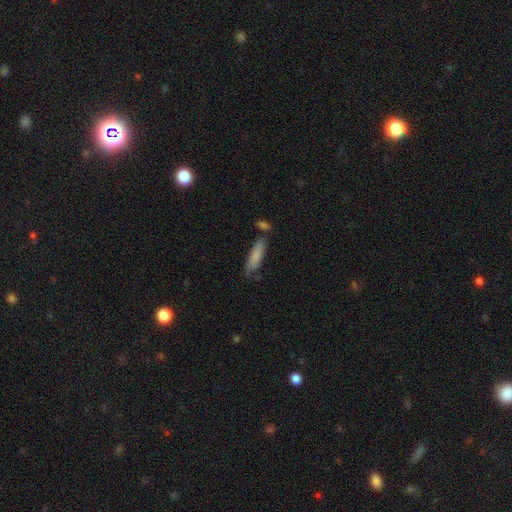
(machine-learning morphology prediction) Smooth or featured? Predicted: smooth (p=0.79). How rounded? Predicted: cigar-shaped (p=0.65). Merging? Predicted: none (p=0.60).